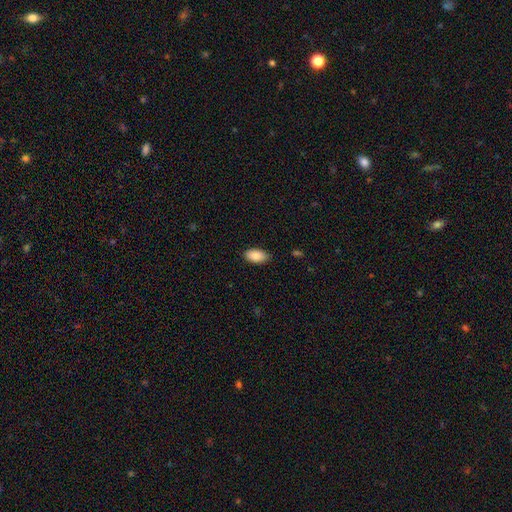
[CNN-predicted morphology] Smooth or featured?
  - smooth: 88% *
  - star or artifact: 7%
  - featured or disk: 5%
How rounded?
  - in between: 94% *
  - round: 3%
  - cigar-shaped: 2%
Merging?
  - none: 85% *
  - minor disturbance: 12%
  - major disturbance: 2%
  - merger: 1%